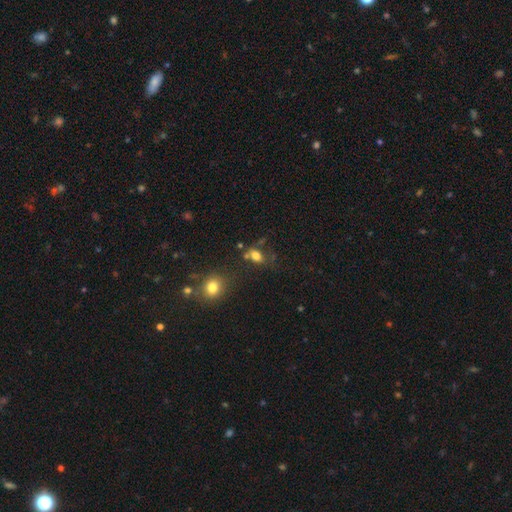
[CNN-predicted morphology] Overall: smooth (76%). How rounded: in between (79%). Merging: none (52%; minor disturbance 20%).